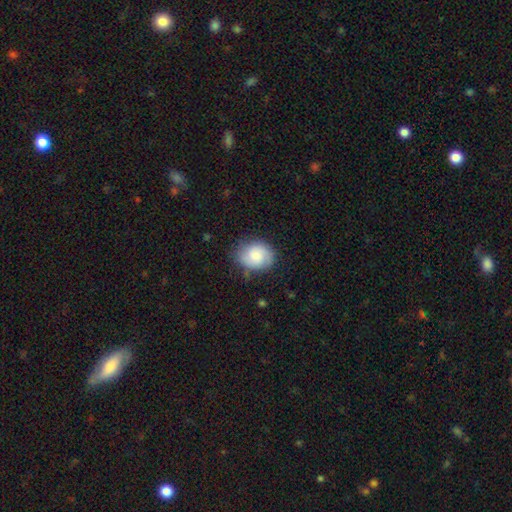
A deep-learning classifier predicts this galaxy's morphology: Smooth or featured? Predicted: smooth (p=0.62). How rounded? Predicted: round (p=0.57). Merging? Predicted: none (p=0.73).